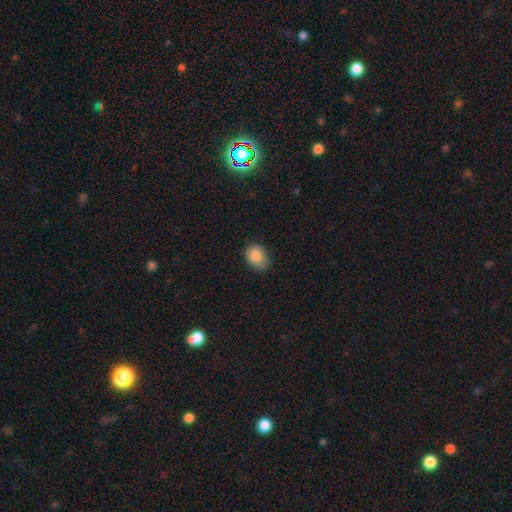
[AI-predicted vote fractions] Overall: smooth (86%). How rounded: in between (65%; round 34%). Merging: none (71%).